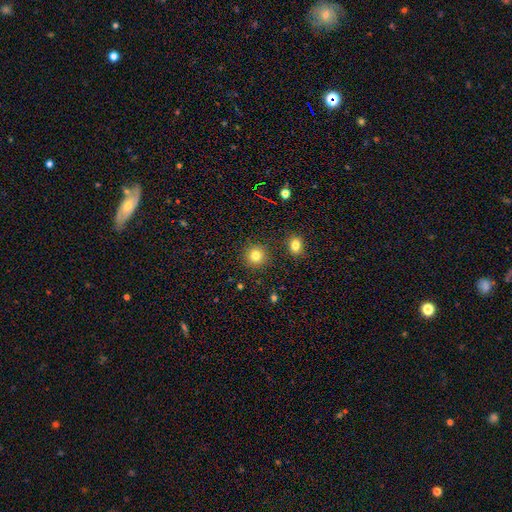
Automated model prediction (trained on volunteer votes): This is likely a smooth galaxy (80%). How rounded: clearly round (93%). Merging: clearly none (88%).